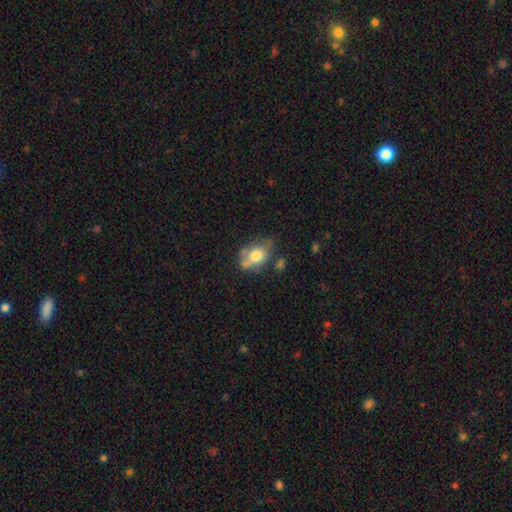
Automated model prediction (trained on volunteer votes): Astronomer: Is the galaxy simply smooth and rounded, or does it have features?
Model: smooth — 68%.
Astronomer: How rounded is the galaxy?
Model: in between — 78%.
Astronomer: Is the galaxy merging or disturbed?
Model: none — 51%.